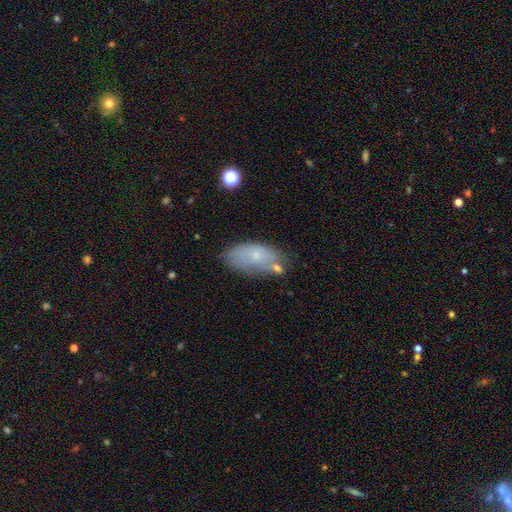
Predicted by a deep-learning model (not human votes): Smooth or featured?
  - smooth: 64% *
  - featured or disk: 27%
  - star or artifact: 9%
How rounded?
  - in between: 90% *
  - cigar-shaped: 6%
  - round: 4%
Merging?
  - none: 58% *
  - minor disturbance: 26%
  - merger: 9%
  - major disturbance: 8%